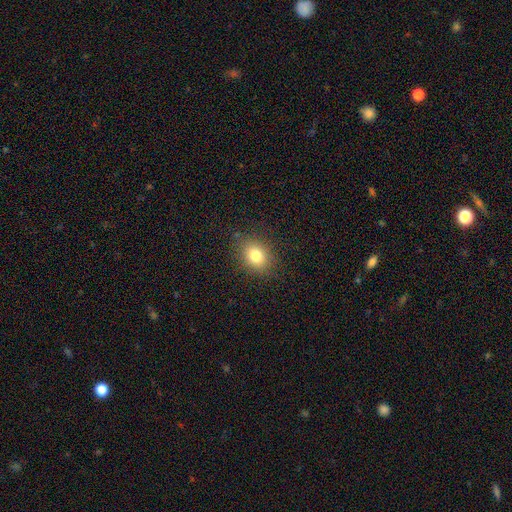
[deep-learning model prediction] Morphology: type=smooth (80%); roundness=in between (57%); merging=none (85%).